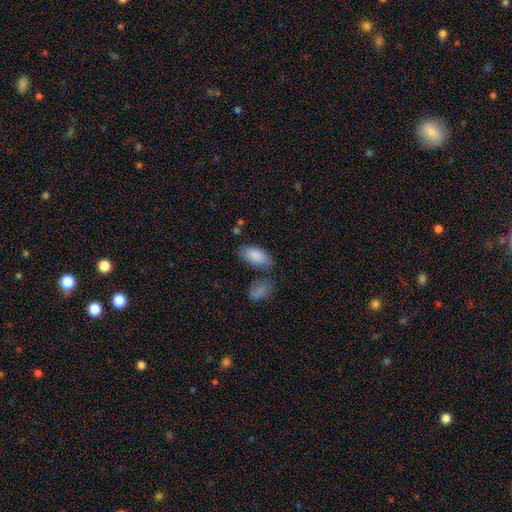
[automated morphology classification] A smooth galaxy with no disk features (87%) that is in between round and cigar-shaped (94%). Merging: none (62%).